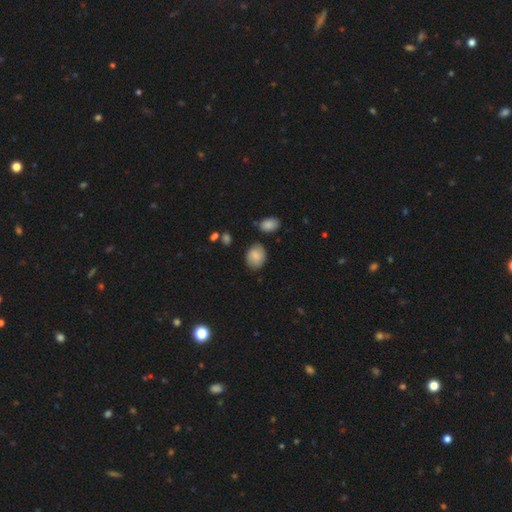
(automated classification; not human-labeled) Smooth or featured? smooth (80%)
How rounded? in between (54%)
Merging? none (76%)